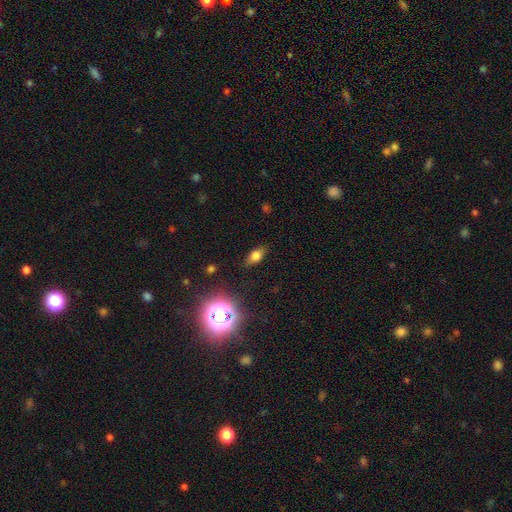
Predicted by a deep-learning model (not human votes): The model was most divided on "smooth or featured": smooth: 66%, featured or disk: 17%, star or artifact: 17%. More confident: merging — none (83%); how rounded — in between (77%).